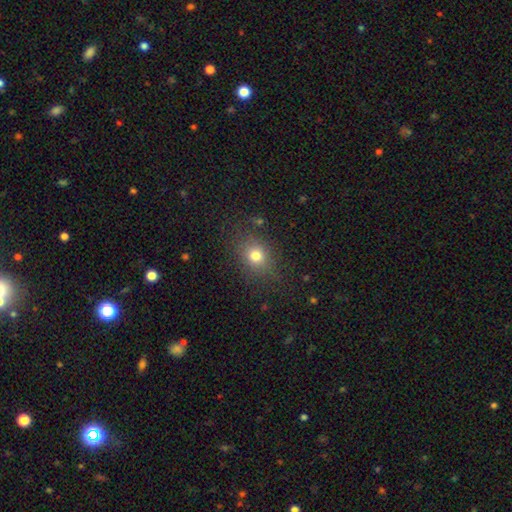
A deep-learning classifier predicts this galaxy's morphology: Smooth or featured? Predicted: smooth (p=0.74). How rounded? Predicted: round (p=0.56). Merging? Predicted: none (p=0.79).